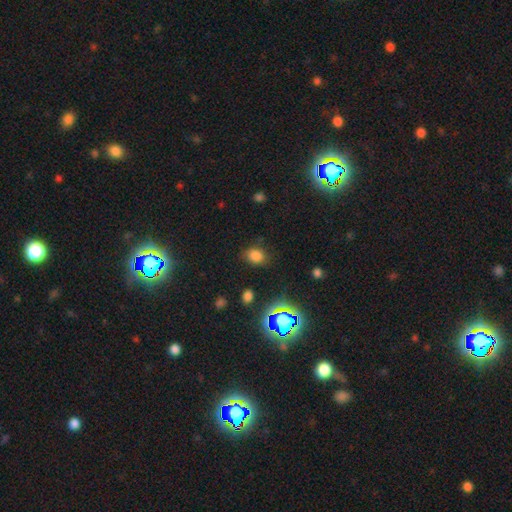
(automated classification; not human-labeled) A smooth galaxy with no disk features (75%) that is in between round and cigar-shaped (51%).

Vote fractions:
- Smooth or featured? smooth: 75% / star or artifact: 20% / featured or disk: 5%
- How rounded? in between: 51% / round: 48% / cigar-shaped: 1%
- Merging? none: 80% / minor disturbance: 14% / major disturbance: 4% / merger: 2%